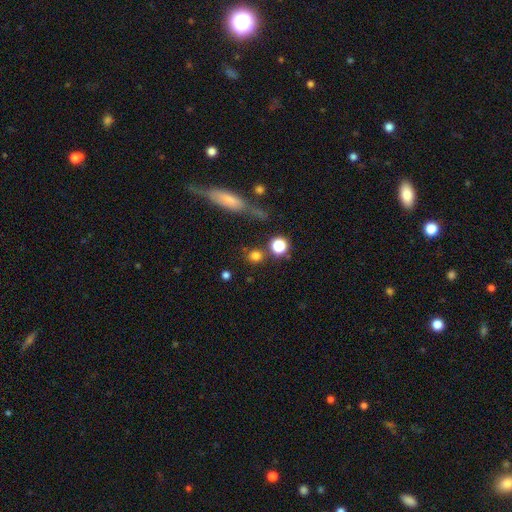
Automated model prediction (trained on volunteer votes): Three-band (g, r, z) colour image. It shows a smooth galaxy with no disk features (77%) that is round (86%). Merging: none (78%).